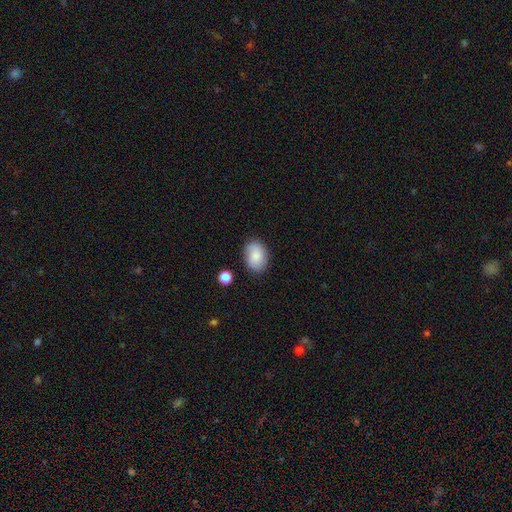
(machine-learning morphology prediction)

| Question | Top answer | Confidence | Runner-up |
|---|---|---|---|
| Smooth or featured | smooth | 83% | featured or disk (9%) |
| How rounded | in between | 80% | round (18%) |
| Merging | none | 77% | minor disturbance (16%) |